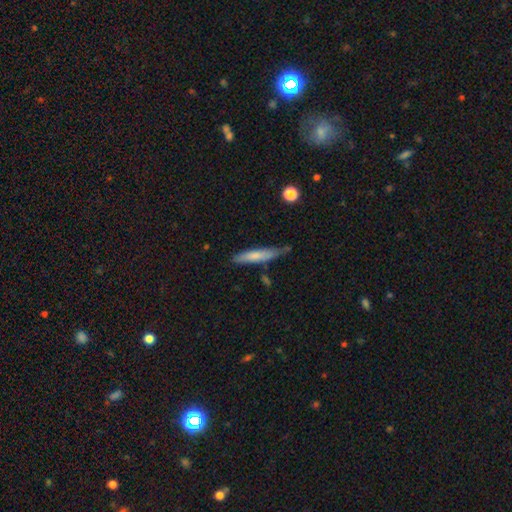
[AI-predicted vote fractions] Morphology: type=smooth (70%); roundness=cigar-shaped (88%); merging=none (64%).